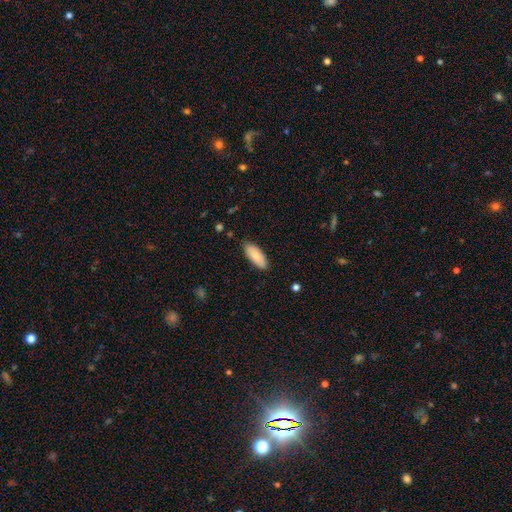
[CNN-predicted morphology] Overall: smooth (84%). How rounded: in between (81%). Merging: none (85%).